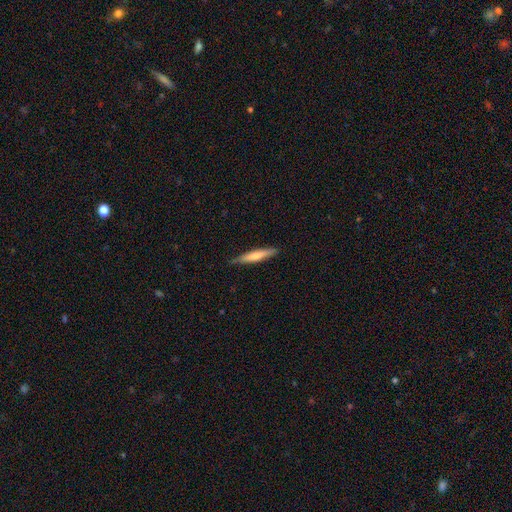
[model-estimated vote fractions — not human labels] Smooth or featured? Predicted: smooth (p=0.65). How rounded? Predicted: cigar-shaped (p=0.92). Merging? Predicted: none (p=0.86).